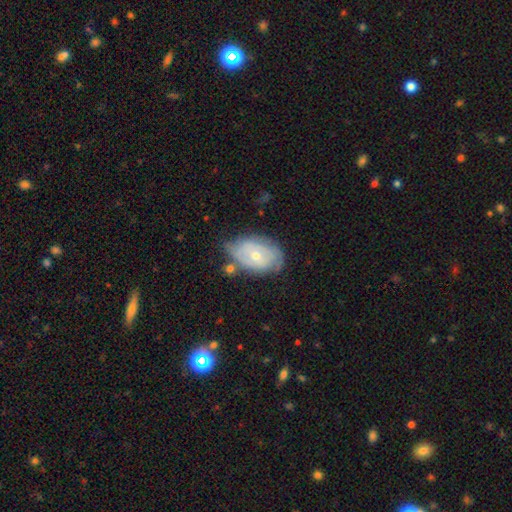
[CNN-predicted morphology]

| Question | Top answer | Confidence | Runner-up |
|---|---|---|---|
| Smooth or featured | featured or disk | 65% | smooth (29%) |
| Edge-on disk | no | 95% | yes (5%) |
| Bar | no | 65% | weak (29%) |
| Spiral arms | yes | 73% | no (27%) |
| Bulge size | small | 52% | moderate (45%) |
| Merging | none | 59% | minor disturbance (28%) |